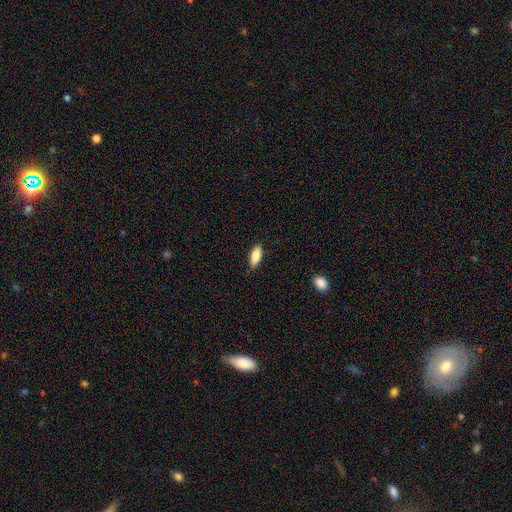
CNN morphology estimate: The model was most divided on "how rounded": in between: 72%, cigar-shaped: 26%, round: 2%. More confident: merging — none (86%); smooth or featured — smooth (85%).